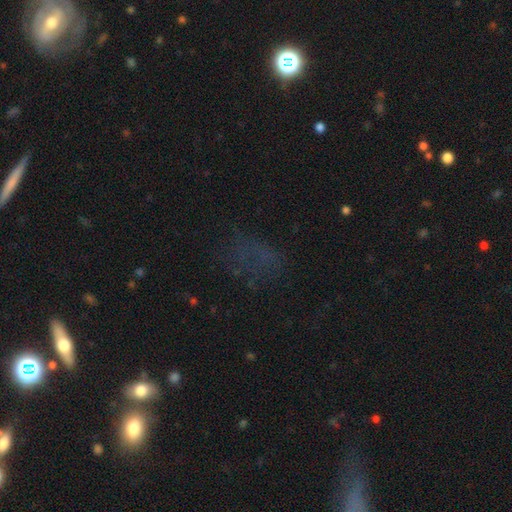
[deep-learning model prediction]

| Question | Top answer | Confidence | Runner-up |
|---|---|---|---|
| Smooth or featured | star or artifact | 44% | smooth (37%) |